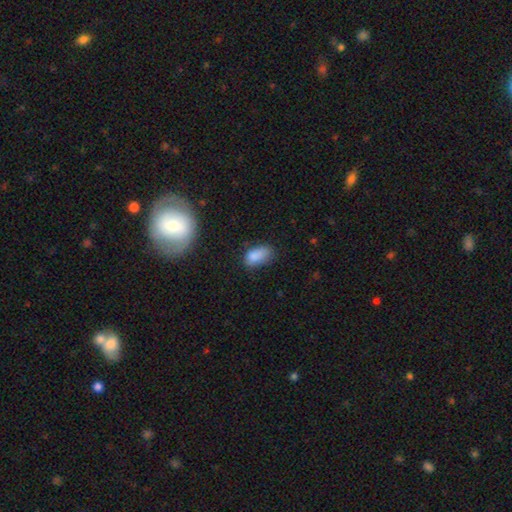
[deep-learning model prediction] smooth-or-featured: smooth: 84% | star or artifact: 10% | featured or disk: 7%
  how-rounded: in between: 92% | round: 6% | cigar-shaped: 3%
  merging: none: 58% | minor disturbance: 31% | major disturbance: 8% | merger: 3%